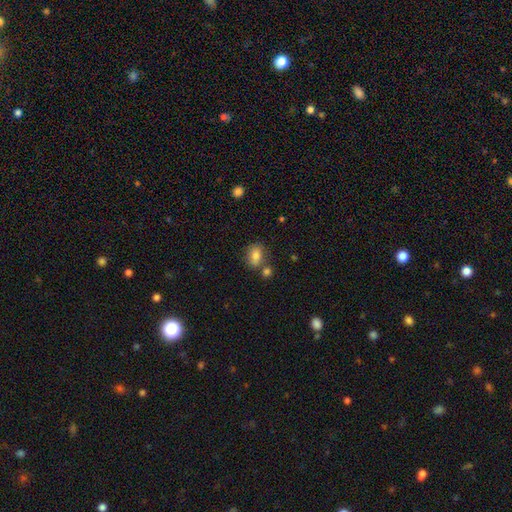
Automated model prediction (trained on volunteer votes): Smooth or featured? Predicted: smooth (p=0.82). How rounded? Predicted: in between (p=0.70). Merging? Predicted: none (p=0.62).